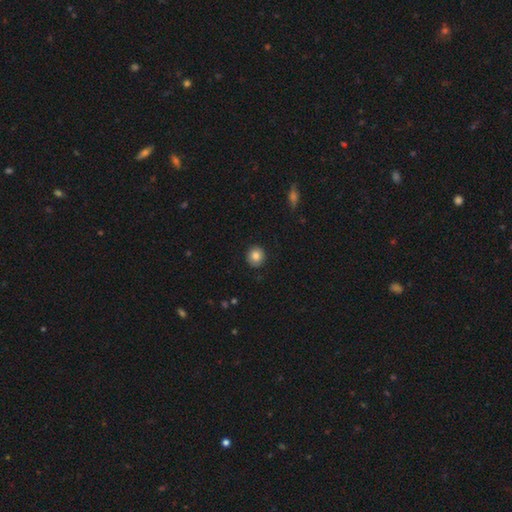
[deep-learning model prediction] Smooth or featured? smooth (83%)
How rounded? round (85%)
Merging? none (88%)